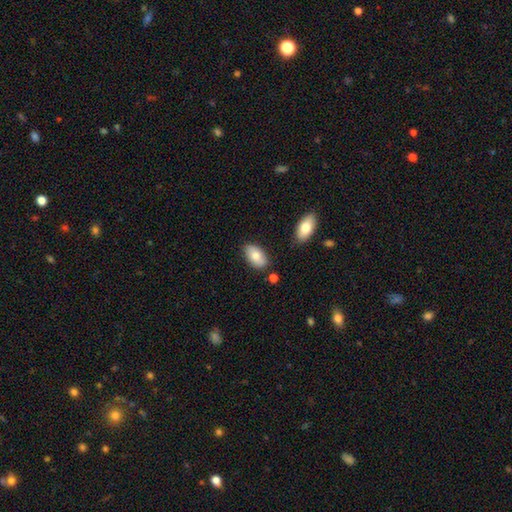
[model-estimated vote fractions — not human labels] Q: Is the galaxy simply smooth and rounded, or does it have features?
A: smooth — 79%.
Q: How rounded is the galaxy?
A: in between — 93%.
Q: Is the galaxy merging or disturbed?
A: none — 79%.